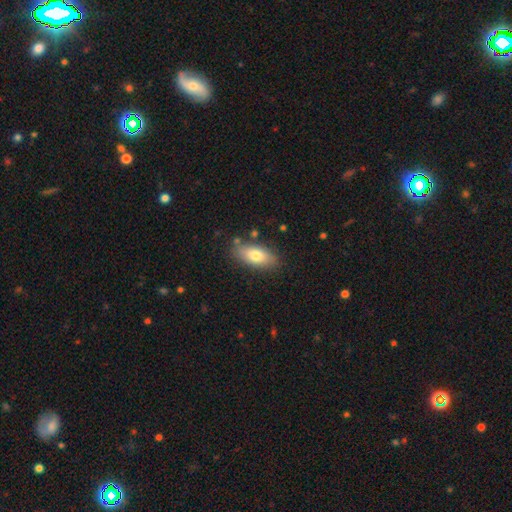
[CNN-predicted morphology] This appears to be a smooth galaxy with no disk features (77%) that is in between round and cigar-shaped (86%). Merging: none (81%).